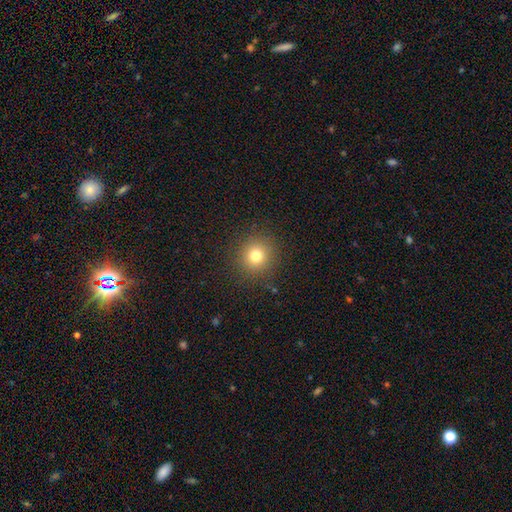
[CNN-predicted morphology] Overall: smooth (77%). How rounded: round (93%). Merging: none (89%).